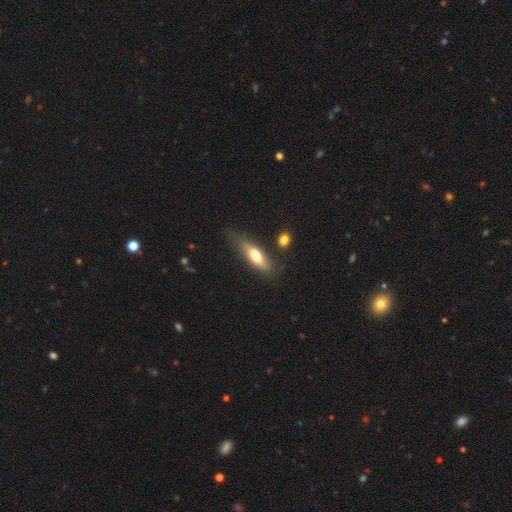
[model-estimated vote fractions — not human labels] Q: Smooth or featured?
A: smooth (67%); runner-up: featured or disk (27%)
Q: How rounded?
A: in between (53%); runner-up: cigar-shaped (45%)
Q: Merging?
A: none (58%); runner-up: minor disturbance (26%)